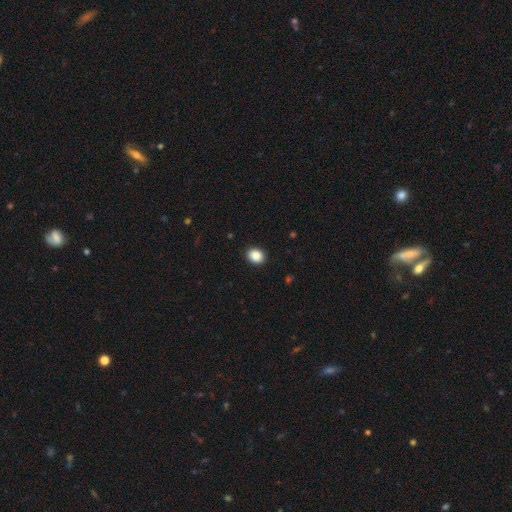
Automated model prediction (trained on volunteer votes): smooth 88%, star or artifact 9%, featured or disk 3%. Down the decision tree: how rounded — round (50%, tied with in between); merging — none (91%).